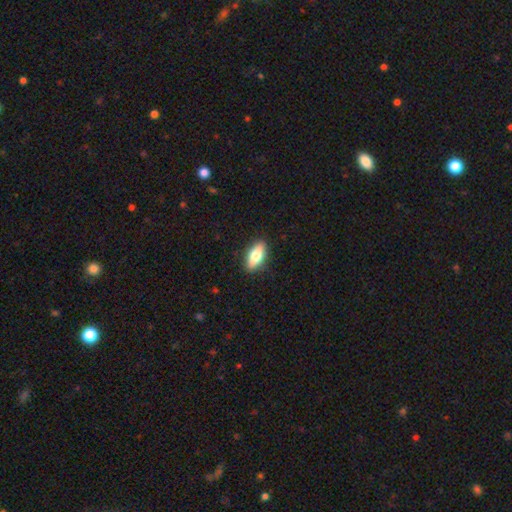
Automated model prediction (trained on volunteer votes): A smooth galaxy with no disk features (68%) that is in between round and cigar-shaped (76%). Merging: none (88%).